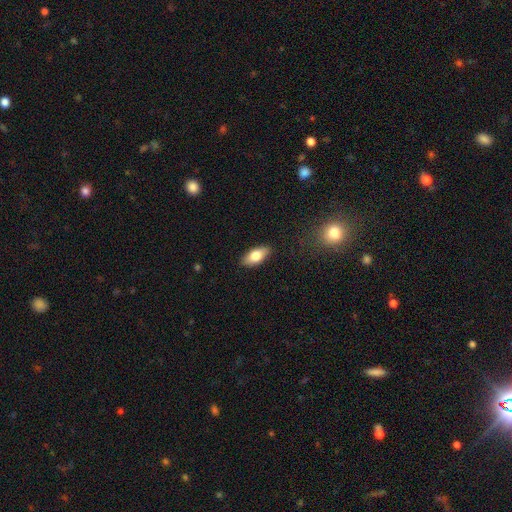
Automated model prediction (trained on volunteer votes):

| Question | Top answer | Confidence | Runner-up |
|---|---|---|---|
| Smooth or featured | smooth | 76% | featured or disk (17%) |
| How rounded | in between | 87% | cigar-shaped (10%) |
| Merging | none | 87% | minor disturbance (10%) |